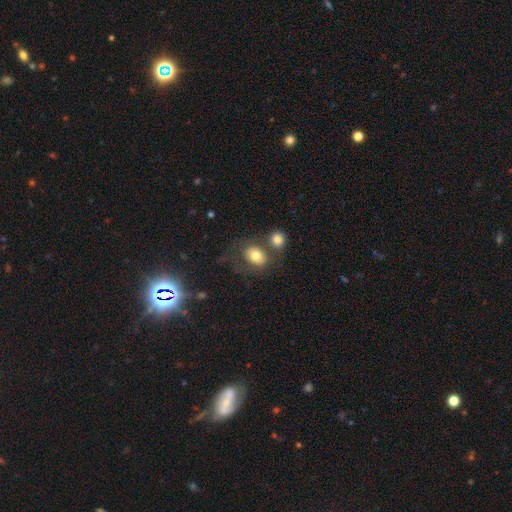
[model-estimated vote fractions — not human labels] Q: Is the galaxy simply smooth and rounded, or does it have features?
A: smooth — 75%.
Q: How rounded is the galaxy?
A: in between — 54%.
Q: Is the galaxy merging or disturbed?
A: none — 44%.